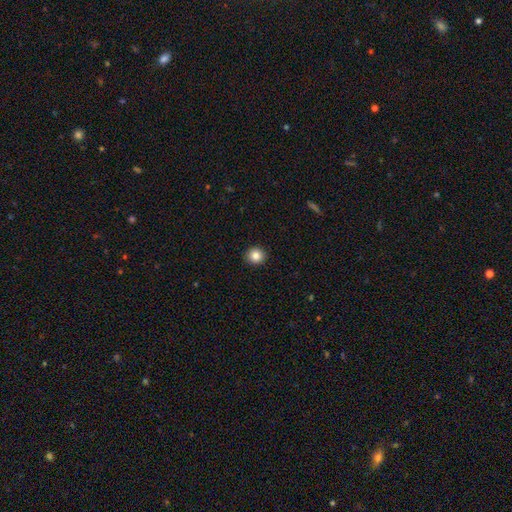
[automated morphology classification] Smooth or featured: smooth — 84% (star or artifact — 10%)
How rounded: round — 88% (in between — 11%)
Merging: none — 93% (minor disturbance — 5%)